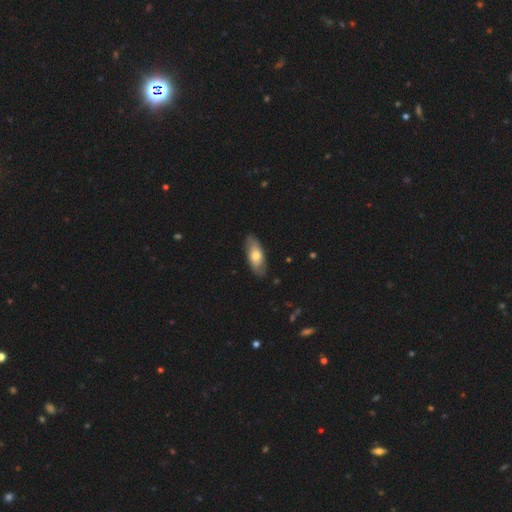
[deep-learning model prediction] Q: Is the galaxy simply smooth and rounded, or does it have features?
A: smooth — 58%.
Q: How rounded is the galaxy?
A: in between — 83%.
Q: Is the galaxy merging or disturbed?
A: none — 83%.